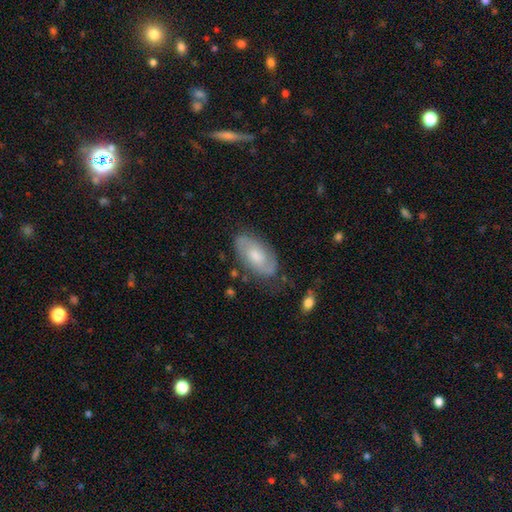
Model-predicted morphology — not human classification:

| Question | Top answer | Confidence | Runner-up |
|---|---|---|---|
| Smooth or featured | featured or disk | 69% | smooth (24%) |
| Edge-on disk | no | 94% | yes (6%) |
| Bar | no | 56% | weak (37%) |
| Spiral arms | yes | 89% | no (11%) |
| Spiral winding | medium | 42% | tied: tight (42%) |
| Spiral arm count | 2 | 79% | can't tell (14%) |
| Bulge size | moderate | 54% | small (33%) |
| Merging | none | 76% | minor disturbance (17%) |